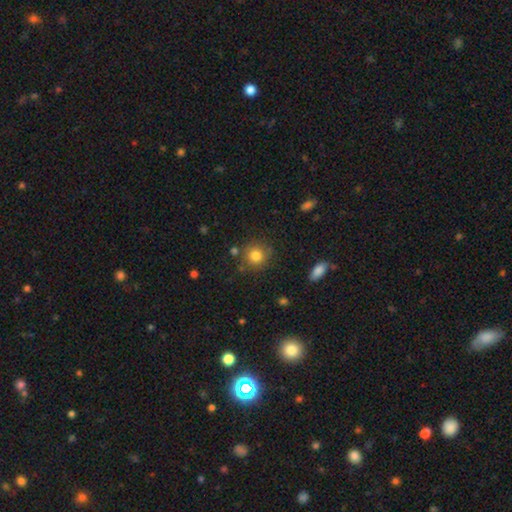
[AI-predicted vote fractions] Smooth or featured? Predicted: smooth (p=0.81). How rounded? Predicted: round (p=0.89). Merging? Predicted: none (p=0.81).